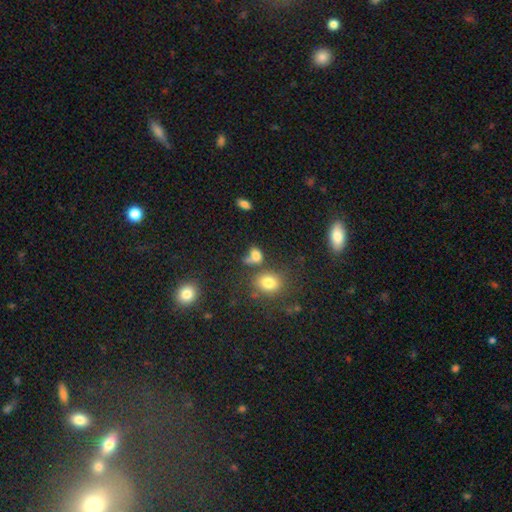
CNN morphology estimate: smooth-or-featured: smooth: 73% | star or artifact: 16% | featured or disk: 12%
  how-rounded: in between: 59% | round: 39% | cigar-shaped: 3%
  merging: none: 39% | merger: 30% | minor disturbance: 17% | major disturbance: 14%